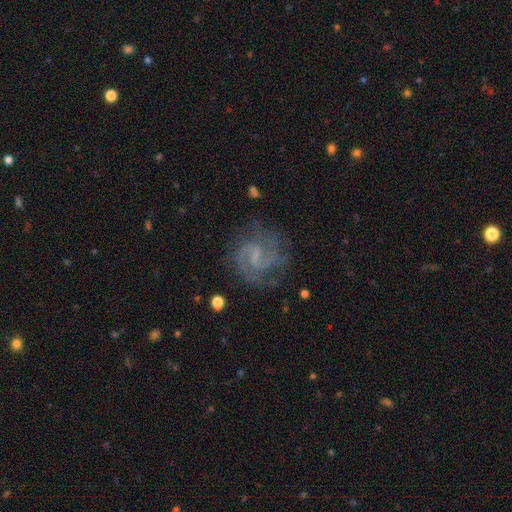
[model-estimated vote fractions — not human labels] Overall: featured or disk (83%). Edge-on disk: no (98%). Bar: weak (55%; no 29%). Spiral arms: yes (96%). Spiral arm count: 2 (64%). Spiral winding: medium (51%; tight 33%). Bulge size: small (50%; none 33%). Merging: none (74%).